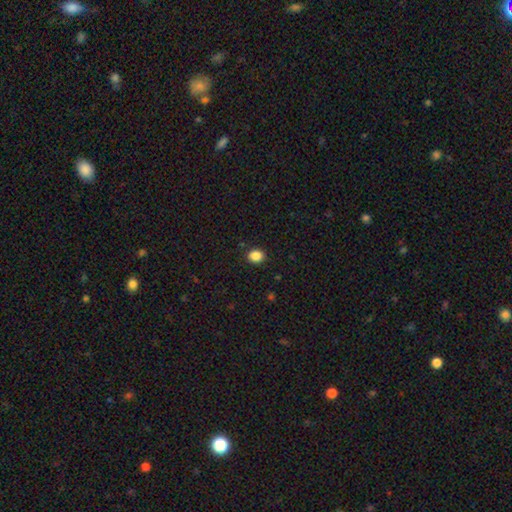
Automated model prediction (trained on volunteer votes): This appears to be a smooth galaxy with no disk features (86%) that is round (66%). Merging: none (91%).